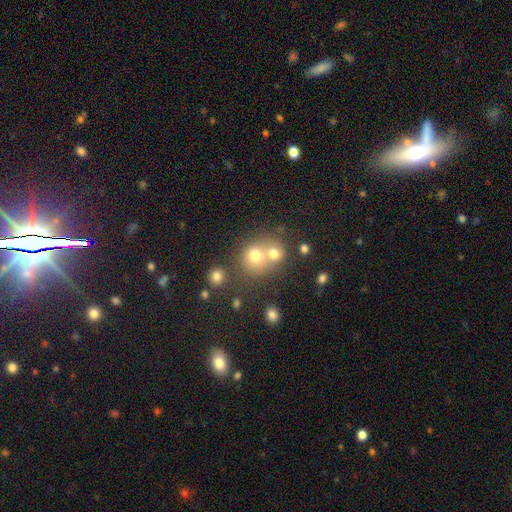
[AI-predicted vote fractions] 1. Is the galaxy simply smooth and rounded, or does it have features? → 67% smooth, 17% star or artifact, 16% featured or disk.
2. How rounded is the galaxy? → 79% round, 20% in between, 1% cigar-shaped.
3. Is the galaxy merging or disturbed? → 51% merger, 39% none, 7% minor disturbance, 4% major disturbance.